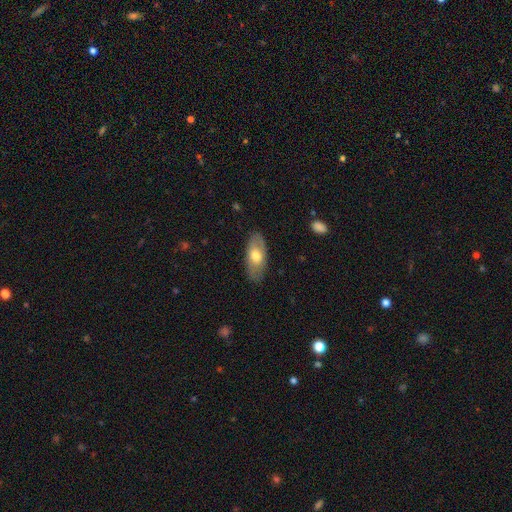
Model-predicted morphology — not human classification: This appears to be a smooth galaxy with no disk features (62%) that is in between round and cigar-shaped (88%). Merging: none (83%).